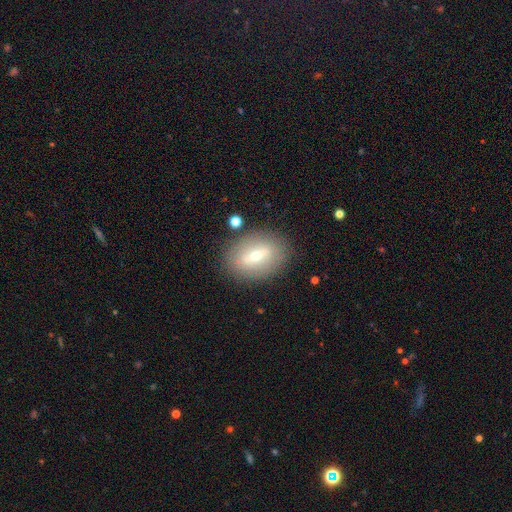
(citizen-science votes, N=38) Q: Smooth or featured?
A: featured or disk (53%); runner-up: smooth (39%)
Q: Edge-on disk?
A: yes (50%); tied with: no (50%)
Q: Edge-on bulge?
A: rounded (100%)
Q: Merging?
A: none (80%); runner-up: minor disturbance (11%)